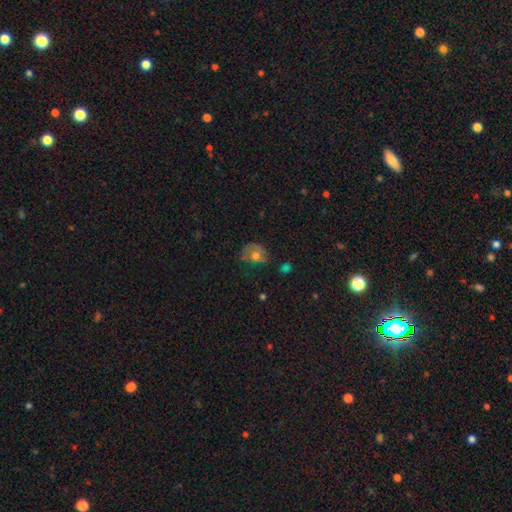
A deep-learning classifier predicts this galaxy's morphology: This appears to be a smooth galaxy with no disk features (61%) that is in between round and cigar-shaped (52%). Merging: none (42%).